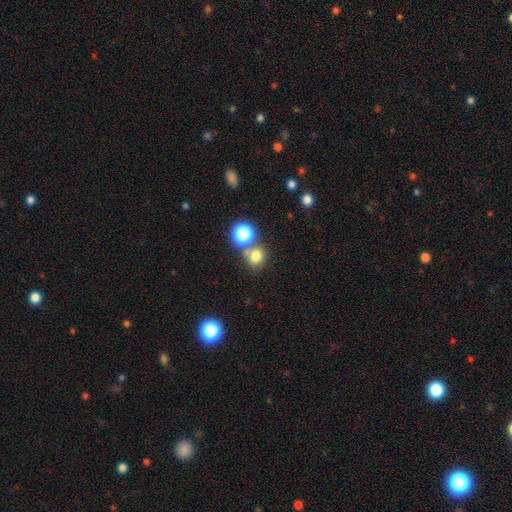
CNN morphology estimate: smooth_or_featured: smooth (p=0.73) [alt: star or artifact p=0.19]
how_rounded: round (p=0.73) [alt: in between p=0.26]
merging: none (p=0.62) [alt: merger p=0.24]